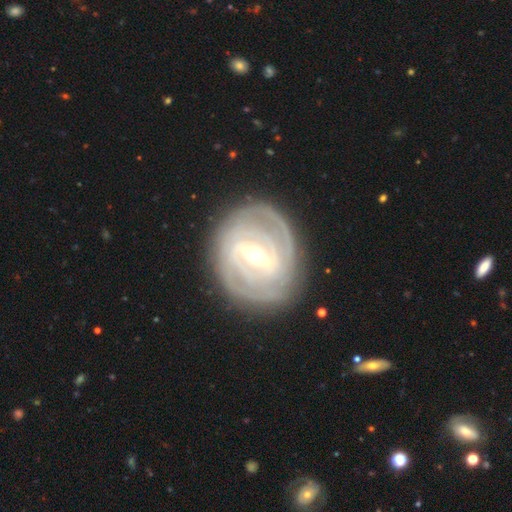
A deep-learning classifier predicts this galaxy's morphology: This appears to be a featured or disk galaxy (87%) with a strong bar (50%), 2 (30%) tight (76%) spiral arms (94%) and a small central bulge (54%). Merging: none (83%).